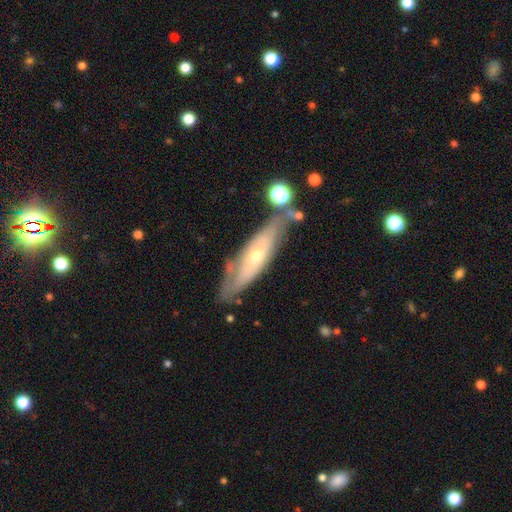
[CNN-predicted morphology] Smooth or featured? Predicted: featured or disk (p=0.65). Edge-on disk? Predicted: no (p=0.57). Merging? Predicted: none (p=0.63).